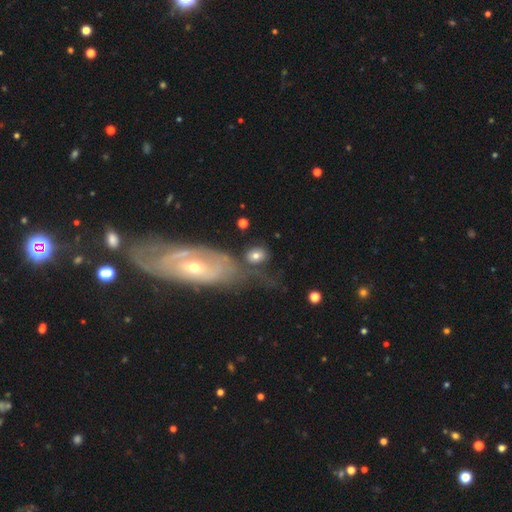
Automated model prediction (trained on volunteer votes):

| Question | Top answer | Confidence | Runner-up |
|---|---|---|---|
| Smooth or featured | smooth | 69% | featured or disk (23%) |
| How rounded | in between | 51% | round (47%) |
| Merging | none | 47% | merger (20%) |